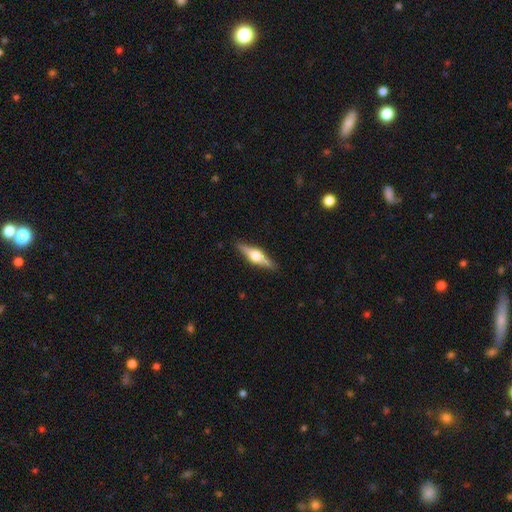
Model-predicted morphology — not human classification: A featured or disk galaxy (72%) viewed edge-on (97%) with a rounded central bulge (95%).

Vote fractions:
- Smooth or featured? featured or disk: 72% / smooth: 22% / star or artifact: 6%
- Edge-on disk? yes: 97% / no: 3%
- Edge-on bulge? rounded: 95% / boxy: 4% / none: 1%
- Merging? none: 90% / minor disturbance: 7% / major disturbance: 2% / merger: 1%